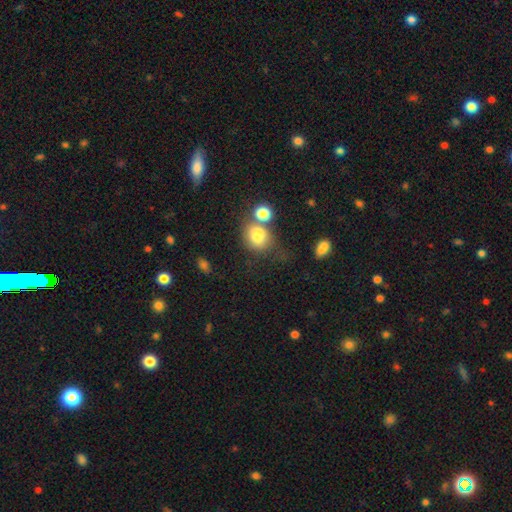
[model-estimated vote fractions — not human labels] smooth_or_featured: smooth (p=0.61) [alt: star or artifact p=0.29]
how_rounded: round (p=0.78) [alt: in between p=0.20]
merging: none (p=0.63) [alt: merger p=0.15]